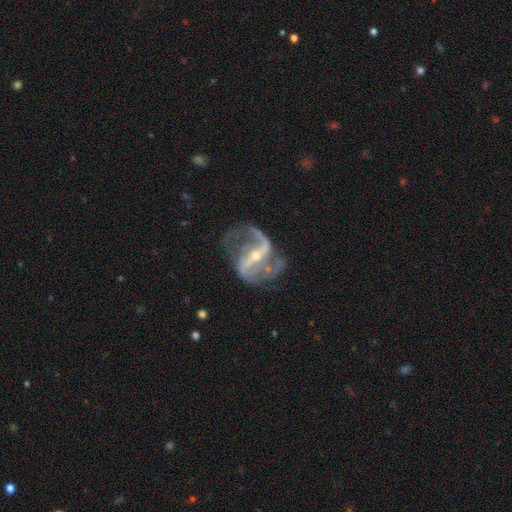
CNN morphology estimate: Smooth or featured? featured or disk (91%)
Edge-on disk? no (97%)
Bar? strong (59%)
Spiral arms? yes (96%)
Spiral winding? loose (59%)
Spiral arm count? 2 (84%)
Bulge size? small (65%)
Merging? none (59%)